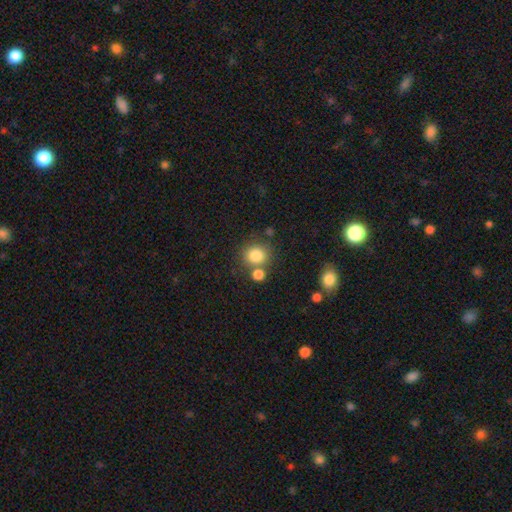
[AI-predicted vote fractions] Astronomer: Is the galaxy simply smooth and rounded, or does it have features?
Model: smooth — 83%.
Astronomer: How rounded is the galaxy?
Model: round — 83%.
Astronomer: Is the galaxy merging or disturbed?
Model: none — 66%.